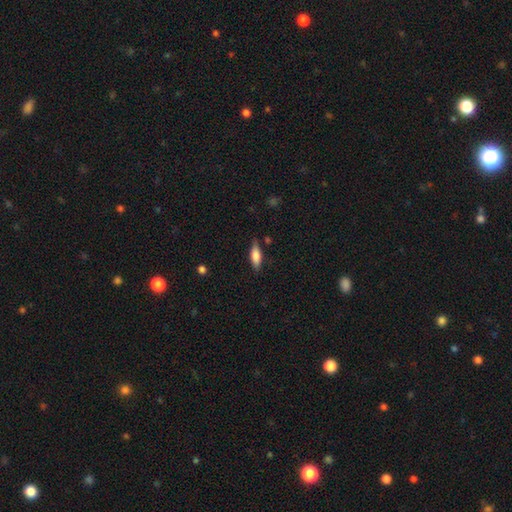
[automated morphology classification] type=smooth (74%); roundness=in between (61%); merging=none (79%).